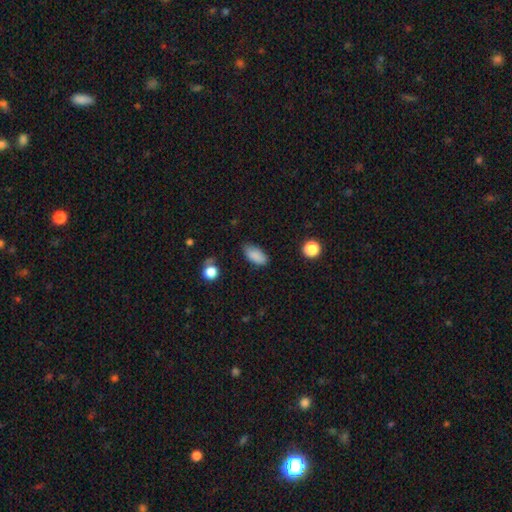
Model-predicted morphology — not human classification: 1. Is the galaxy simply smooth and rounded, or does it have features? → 87% smooth, 8% star or artifact, 5% featured or disk.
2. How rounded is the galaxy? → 90% in between, 7% cigar-shaped, 3% round.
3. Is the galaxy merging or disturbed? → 79% none, 16% minor disturbance, 3% major disturbance, 2% merger.